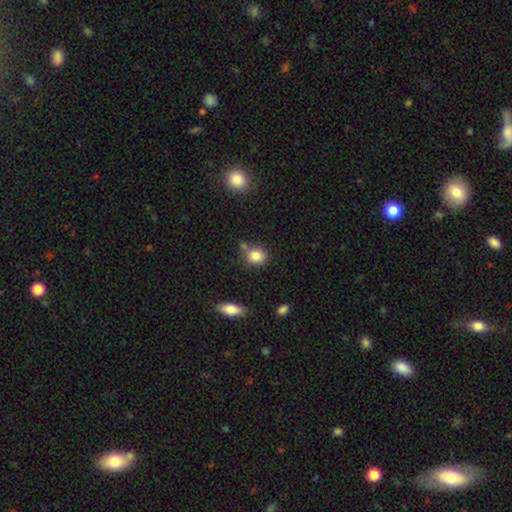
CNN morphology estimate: Q: Smooth or featured?
A: smooth (84%); runner-up: star or artifact (9%)
Q: How rounded?
A: round (68%); runner-up: in between (31%)
Q: Merging?
A: none (63%); runner-up: minor disturbance (17%)